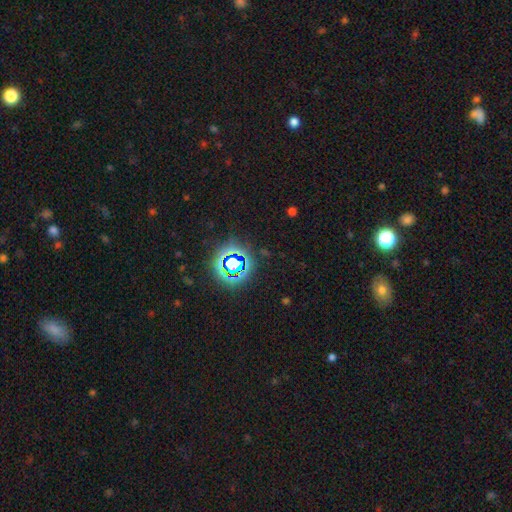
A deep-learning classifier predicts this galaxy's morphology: smooth_or_featured: star or artifact (p=0.78) [alt: smooth p=0.15]